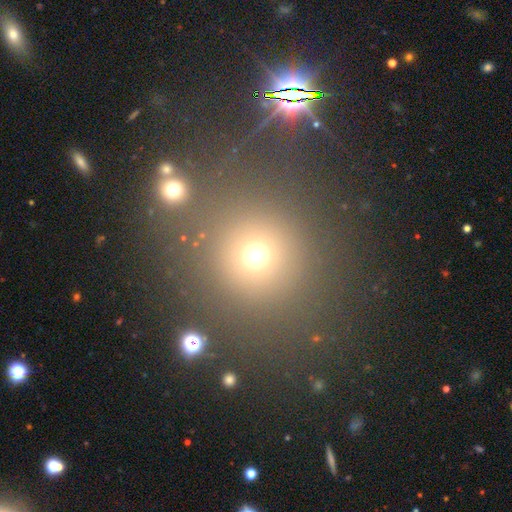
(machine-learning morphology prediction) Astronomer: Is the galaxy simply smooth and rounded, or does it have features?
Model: smooth — 63%.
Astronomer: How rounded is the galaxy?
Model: round — 92%.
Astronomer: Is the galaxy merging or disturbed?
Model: none — 81%.